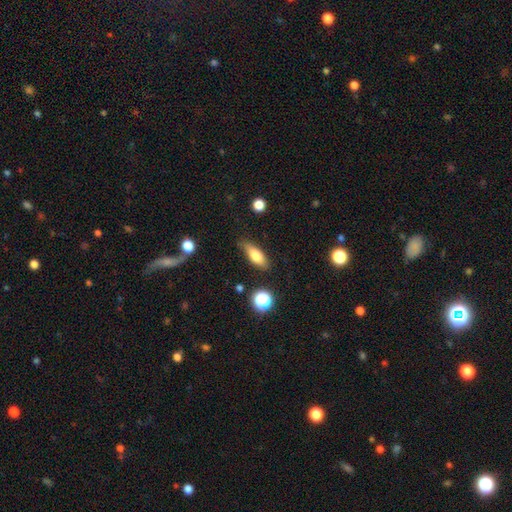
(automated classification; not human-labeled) This is likely a smooth galaxy (76%). How rounded: likely in between (65%). Merging: likely none (79%).